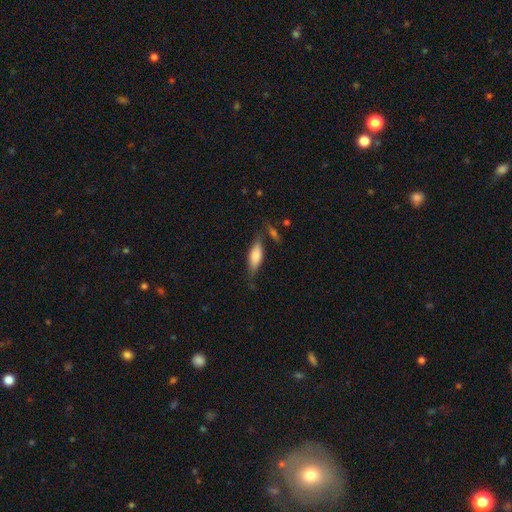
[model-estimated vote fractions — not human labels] Morphology: type=smooth (69%); roundness=in between (59%); merging=none (70%).